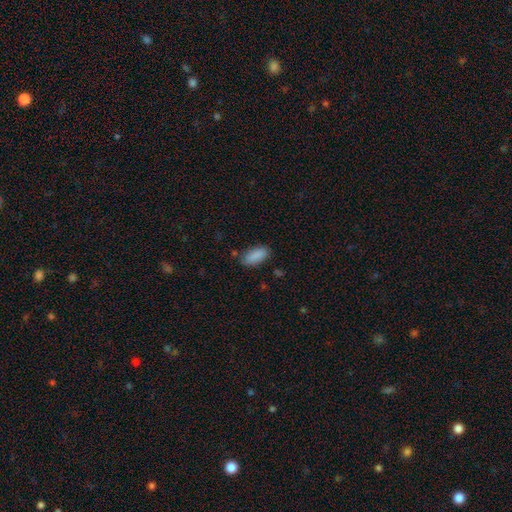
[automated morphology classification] smooth 89%, star or artifact 7%, featured or disk 4%. Down the decision tree: how rounded — in between (89%); merging — none (80%).